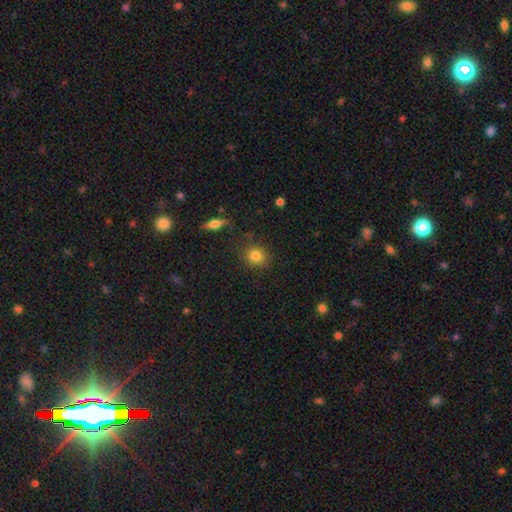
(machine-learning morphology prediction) Smooth or featured? smooth (82%)
How rounded? round (81%)
Merging? none (83%)